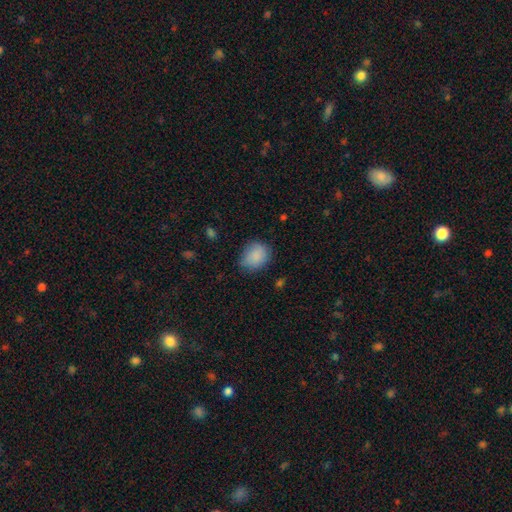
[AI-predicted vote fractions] A smooth galaxy with no disk features (86%) that is round (50%).

Vote fractions:
- Smooth or featured? smooth: 86% / star or artifact: 8% / featured or disk: 6%
- How rounded? round: 50% / in between: 49% / cigar-shaped: 1%
- Merging? none: 65% / minor disturbance: 27% / major disturbance: 6% / merger: 2%